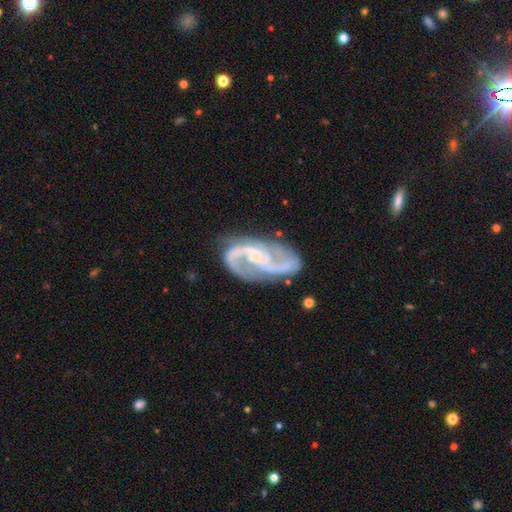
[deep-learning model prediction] Q: Smooth or featured?
A: featured or disk (91%); runner-up: star or artifact (5%)
Q: Edge-on disk?
A: no (97%); runner-up: yes (3%)
Q: Bar?
A: weak (45%); runner-up: no (41%)
Q: Spiral arms?
A: yes (98%); runner-up: no (2%)
Q: Spiral winding?
A: medium (54%); runner-up: loose (28%)
Q: Spiral arm count?
A: 2 (79%); runner-up: 3 (10%)
Q: Bulge size?
A: small (51%); runner-up: moderate (24%)
Q: Merging?
A: none (69%); runner-up: minor disturbance (18%)